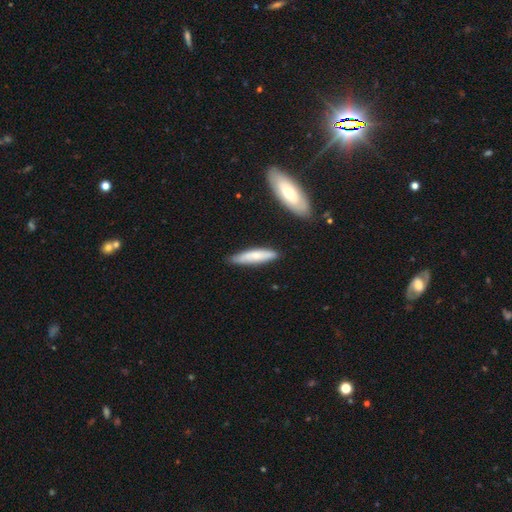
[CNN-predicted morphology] smooth-or-featured: smooth: 61% | featured or disk: 33% | star or artifact: 6%
  how-rounded: cigar-shaped: 75% | in between: 24% | round: 2%
  merging: none: 80% | minor disturbance: 15% | merger: 3% | major disturbance: 2%